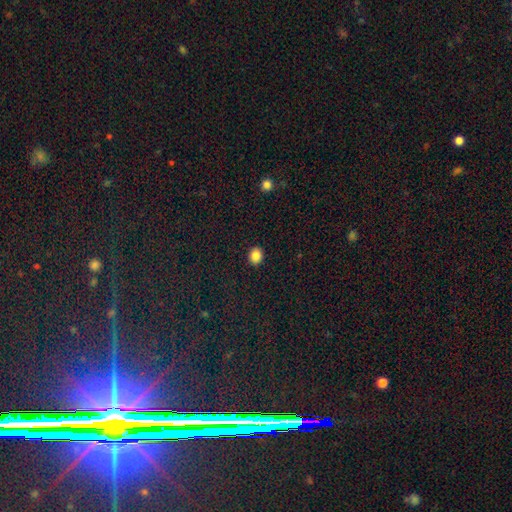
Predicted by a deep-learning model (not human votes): This appears to be a smooth galaxy with no disk features (86%) that is round (57%). Merging: none (91%).